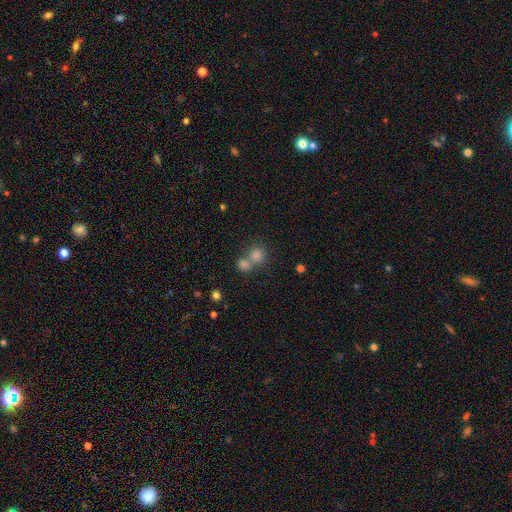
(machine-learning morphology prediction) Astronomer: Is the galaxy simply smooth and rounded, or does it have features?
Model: smooth — 73%.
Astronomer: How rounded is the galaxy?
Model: round — 86%.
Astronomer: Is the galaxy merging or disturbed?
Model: none — 48% (runner-up: merger, 43%).